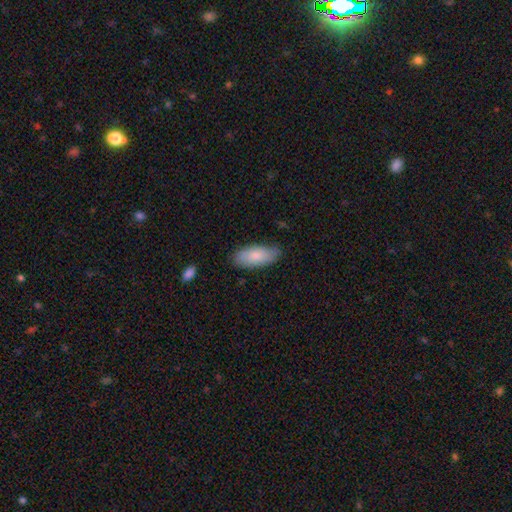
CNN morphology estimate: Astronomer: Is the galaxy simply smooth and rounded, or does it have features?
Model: smooth — 83%.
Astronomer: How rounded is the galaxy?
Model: in between — 86%.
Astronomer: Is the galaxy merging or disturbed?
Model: none — 80%.